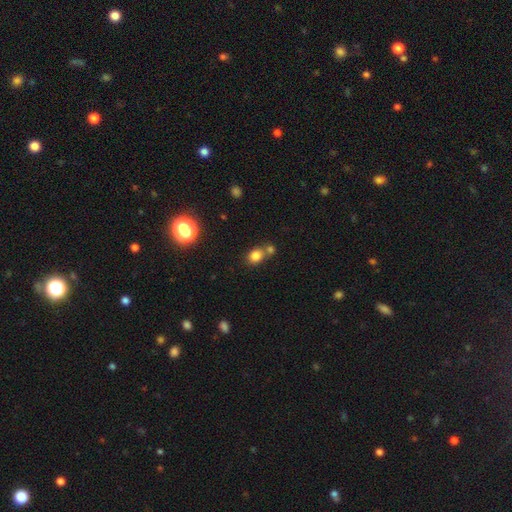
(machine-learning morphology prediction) Q: Smooth or featured?
A: smooth (79%); runner-up: star or artifact (13%)
Q: How rounded?
A: round (58%); runner-up: in between (41%)
Q: Merging?
A: none (54%); runner-up: merger (33%)